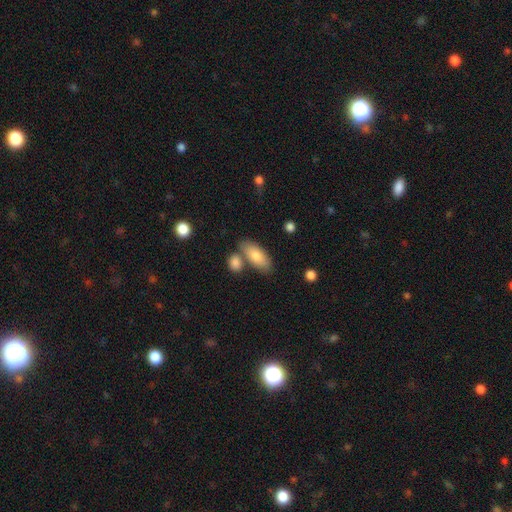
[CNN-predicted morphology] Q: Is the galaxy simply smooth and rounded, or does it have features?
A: smooth — 80%.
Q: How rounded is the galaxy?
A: in between — 85%.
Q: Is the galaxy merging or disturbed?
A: none — 62%.